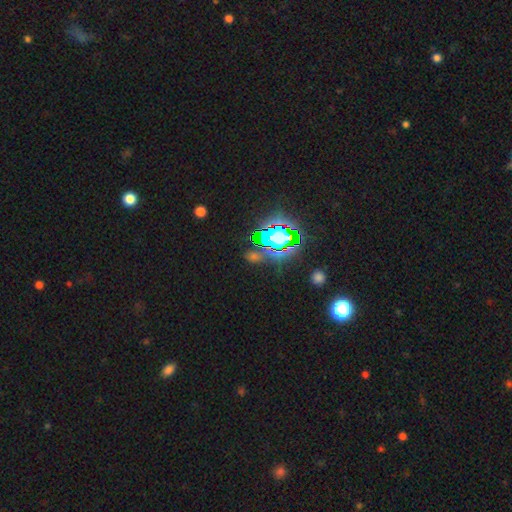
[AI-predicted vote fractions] Q: Smooth or featured?
A: star or artifact (72%); runner-up: smooth (18%)